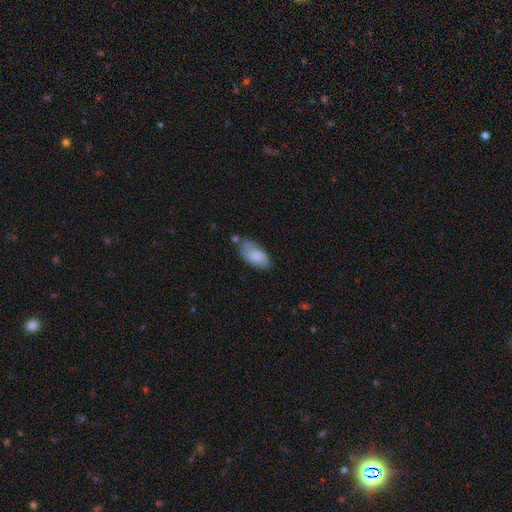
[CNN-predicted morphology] Smooth or featured: smooth — 76% (featured or disk — 18%)
How rounded: in between — 93% (cigar-shaped — 5%)
Merging: none — 52% (minor disturbance — 29%)